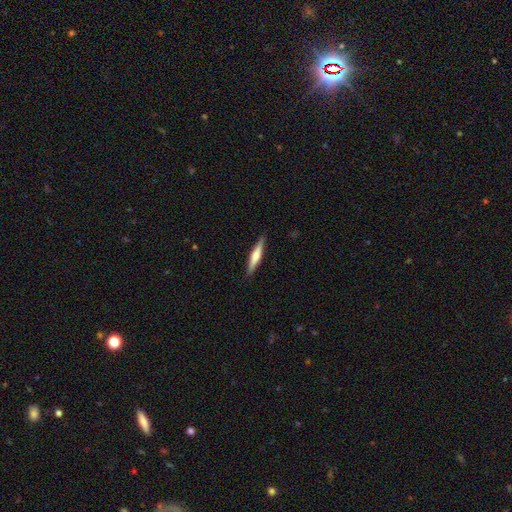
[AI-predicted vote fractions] Smooth or featured? Predicted: featured or disk (p=0.51). Edge-on disk? Predicted: yes (p=0.97). Merging? Predicted: none (p=0.90).